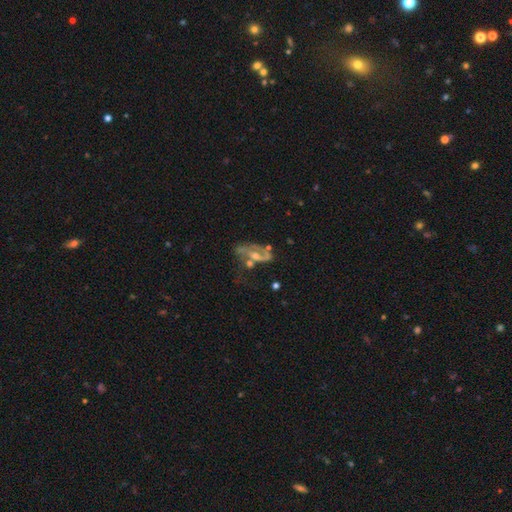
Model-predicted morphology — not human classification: type=featured or disk (69%); edge-on=no (93%); bar=no (59%); spiral arms=yes (57%); bulge=moderate (43%); merging=none (33%).